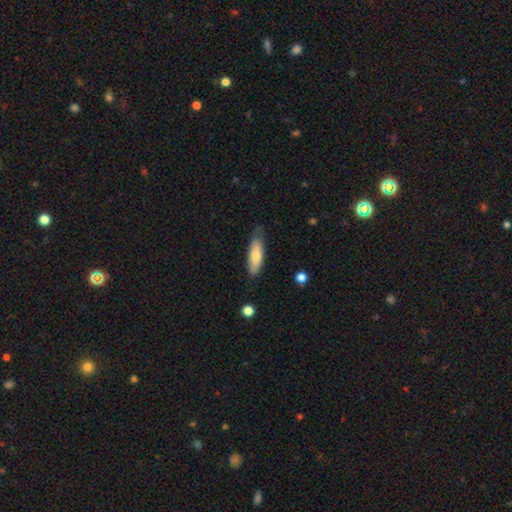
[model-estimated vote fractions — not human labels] Smooth or featured? smooth (74%)
How rounded? in between (52%)
Merging? none (69%)